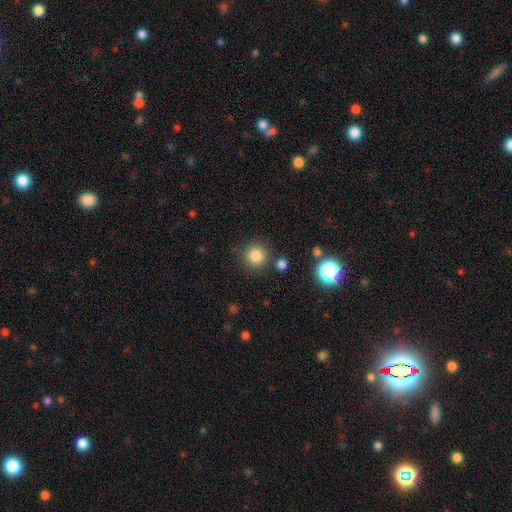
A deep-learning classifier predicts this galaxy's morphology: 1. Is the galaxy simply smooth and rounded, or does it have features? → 84% smooth, 12% star or artifact, 5% featured or disk.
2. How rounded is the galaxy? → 93% round, 6% in between, 1% cigar-shaped.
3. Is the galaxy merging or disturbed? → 85% none, 8% minor disturbance, 5% merger, 3% major disturbance.